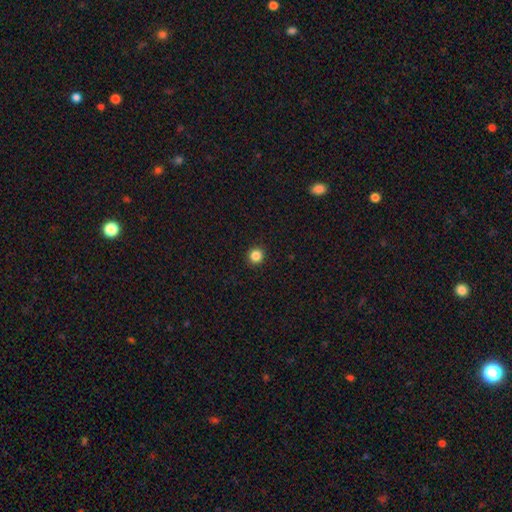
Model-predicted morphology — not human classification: Smooth or featured? Predicted: smooth (p=0.86). How rounded? Predicted: round (p=0.95). Merging? Predicted: none (p=0.93).